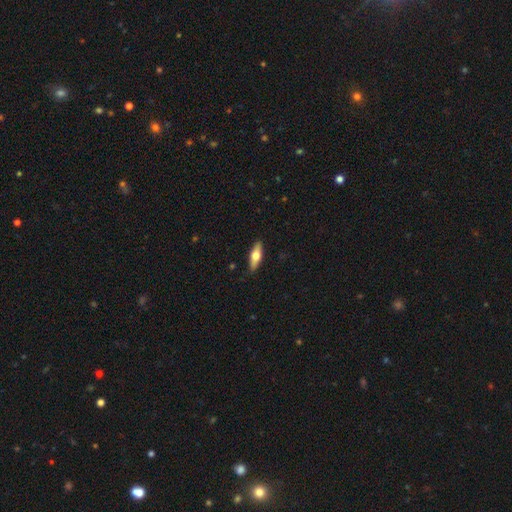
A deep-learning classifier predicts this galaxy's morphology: This is possibly a smooth galaxy (53%). How rounded: possibly in between (51%). Merging: clearly none (89%).